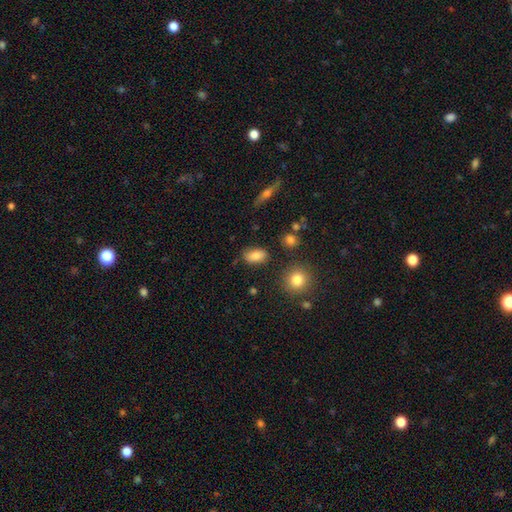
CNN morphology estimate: smooth 84%, star or artifact 9%, featured or disk 7%. Down the decision tree: how rounded — in between (88%); merging — none (83%).